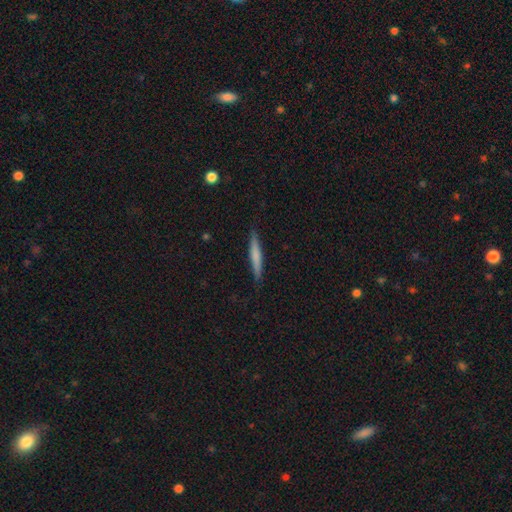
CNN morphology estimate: smooth-or-featured: smooth: 63% | featured or disk: 31% | star or artifact: 6%
  how-rounded: cigar-shaped: 94% | in between: 4% | round: 1%
  merging: none: 88% | minor disturbance: 9% | major disturbance: 2% | merger: 1%